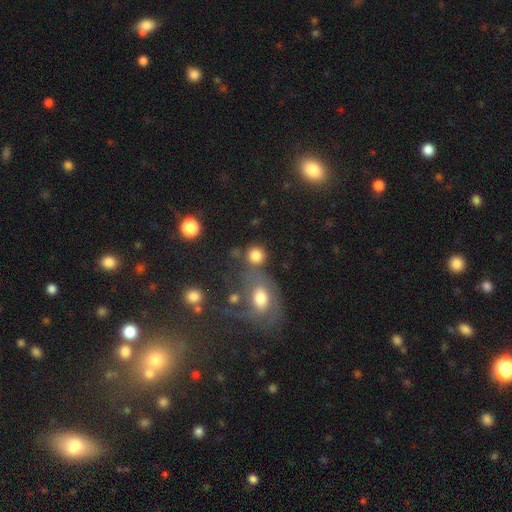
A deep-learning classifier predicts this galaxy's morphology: smooth 81%, star or artifact 11%, featured or disk 8%. Down the decision tree: how rounded — round (84%); merging — none (61%).